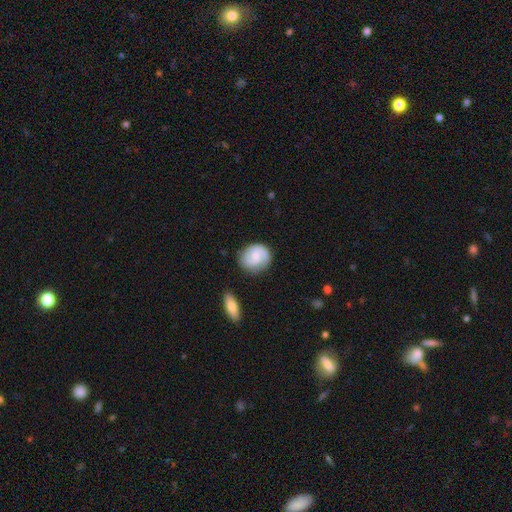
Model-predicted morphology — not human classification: smooth-or-featured: featured or disk: 58% | smooth: 36% | star or artifact: 6%
  disk-edge-on: no: 97% | yes: 3%
    bar: no: 47% | weak: 46% | strong: 7%
    has-spiral-arms: yes: 90% | no: 10%
      spiral-winding: medium: 44% | tight: 36% | loose: 21%
      spiral-arm-count: 2: 76% | can't tell: 11% | 1: 9% | 3: 2% | 4: 1% | more than 4: 1%
    bulge-size: small: 54% | moderate: 36% | none: 7% | large: 2% | dominant: 1%
  merging: none: 77% | minor disturbance: 16% | major disturbance: 4% | merger: 3%